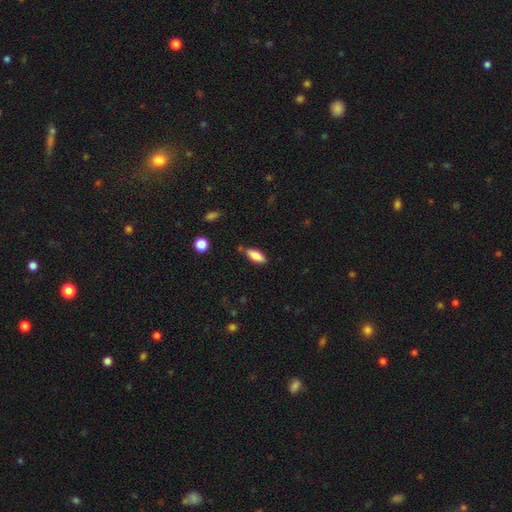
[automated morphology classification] smooth_or_featured: smooth (p=0.84) [alt: featured or disk p=0.09]
how_rounded: in between (p=0.78) [alt: cigar-shaped p=0.20]
merging: none (p=0.77) [alt: minor disturbance p=0.16]